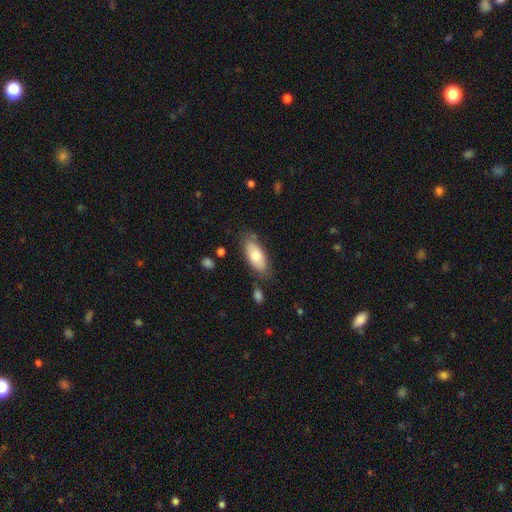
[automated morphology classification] The model was most divided on "smooth or featured": smooth: 72%, featured or disk: 21%, star or artifact: 6%. More confident: how rounded — in between (86%); merging — none (75%).